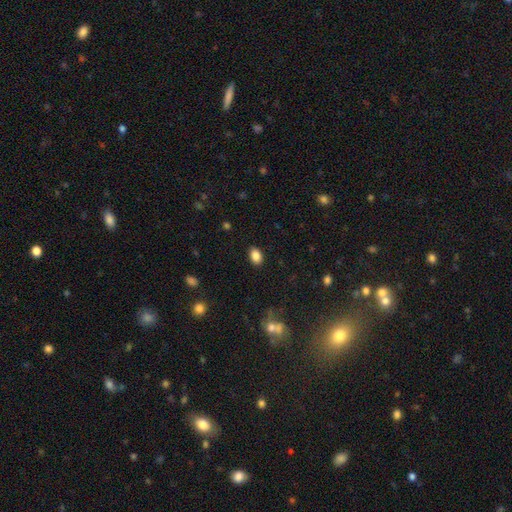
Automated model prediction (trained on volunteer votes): Morphology: type=smooth (87%); roundness=in between (82%); merging=none (88%).